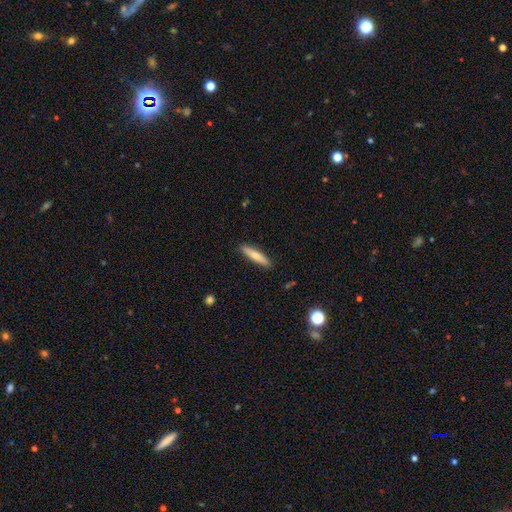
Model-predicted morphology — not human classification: Smooth or featured: smooth — 66% (featured or disk — 28%)
How rounded: cigar-shaped — 84% (in between — 14%)
Merging: none — 90% (minor disturbance — 8%)